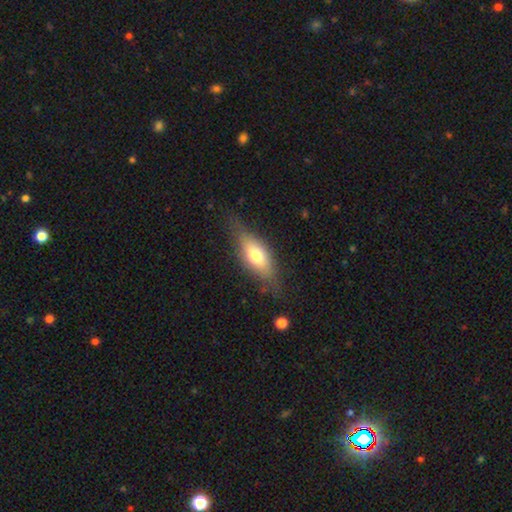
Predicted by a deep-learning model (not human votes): smooth 64%, featured or disk 29%, star or artifact 7%. Down the decision tree: how rounded — in between (72%); merging — none (69%).